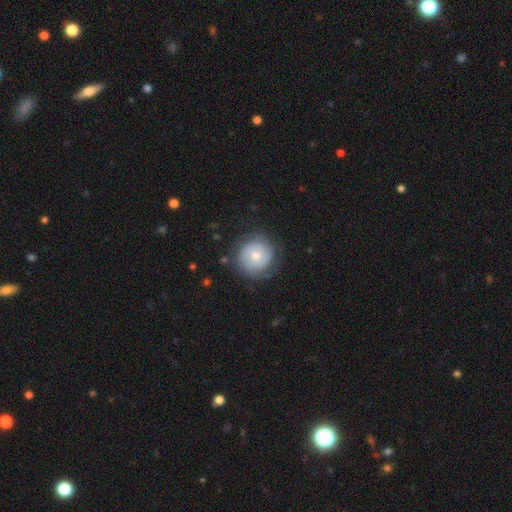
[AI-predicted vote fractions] Smooth or featured: smooth — 49% (featured or disk — 45%)
Merging: none — 71% (minor disturbance — 19%)